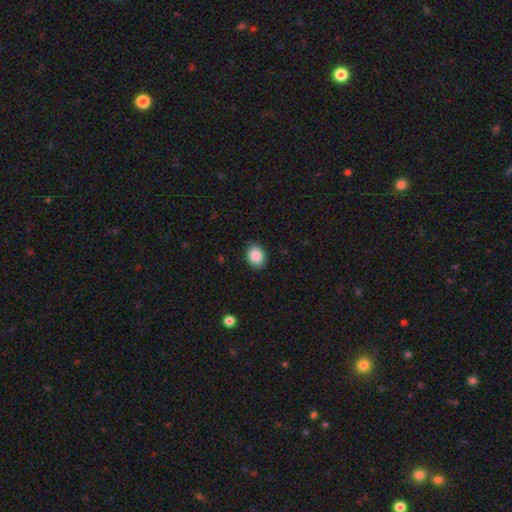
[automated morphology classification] Overall: smooth (87%). How rounded: in between (61%; round 38%). Merging: none (87%).